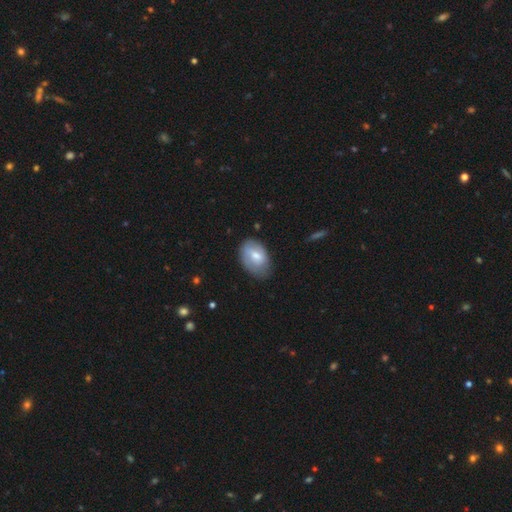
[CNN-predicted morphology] Smooth or featured? Predicted: smooth (p=0.63). How rounded? Predicted: in between (p=0.88). Merging? Predicted: none (p=0.61).